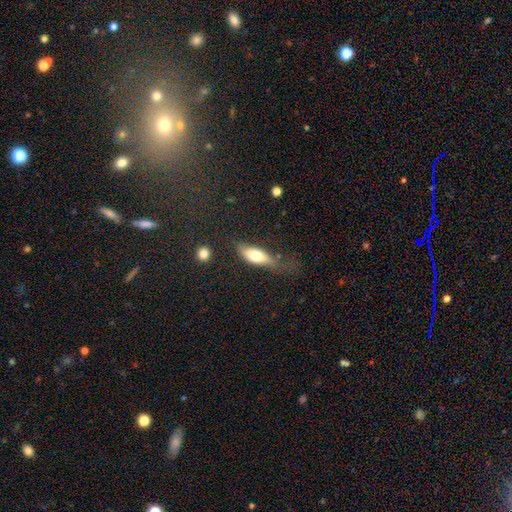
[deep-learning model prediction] A smooth galaxy with no disk features (67%) that is in between round and cigar-shaped (70%). Merging: none (47%).